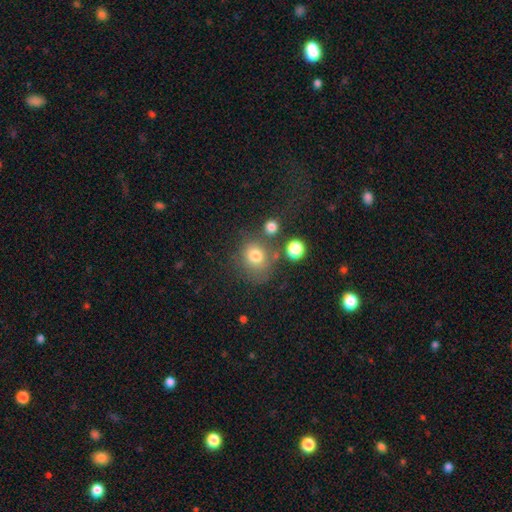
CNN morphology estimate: The model was most divided on "merging": none: 64%, minor disturbance: 15%, merger: 13%, major disturbance: 8%. More confident: how rounded — round (78%); smooth or featured — smooth (77%).